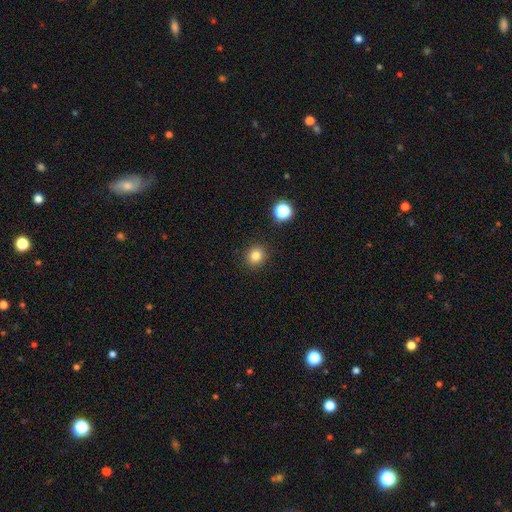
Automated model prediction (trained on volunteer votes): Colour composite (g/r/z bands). It shows a smooth galaxy with no disk features (81%) that is round (82%). Merging: none (90%).